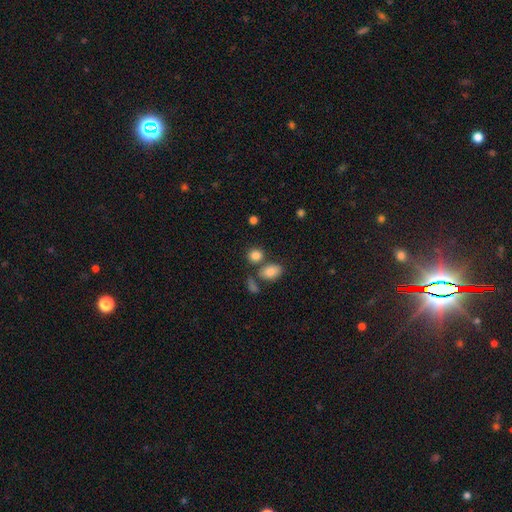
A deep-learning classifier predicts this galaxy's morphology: A smooth galaxy with no disk features (83%) that is round (60%).

Vote fractions:
- Smooth or featured? smooth: 83% / star or artifact: 10% / featured or disk: 7%
- How rounded? round: 60% / in between: 38% / cigar-shaped: 2%
- Merging? none: 64% / merger: 21% / minor disturbance: 10% / major disturbance: 4%